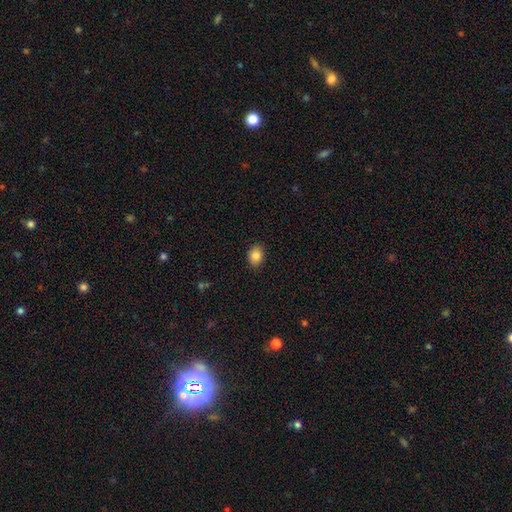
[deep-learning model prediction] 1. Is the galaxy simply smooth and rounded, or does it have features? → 86% smooth, 9% star or artifact, 5% featured or disk.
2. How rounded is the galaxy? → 60% in between, 39% round, 1% cigar-shaped.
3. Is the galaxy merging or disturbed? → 88% none, 9% minor disturbance, 2% major disturbance, 1% merger.